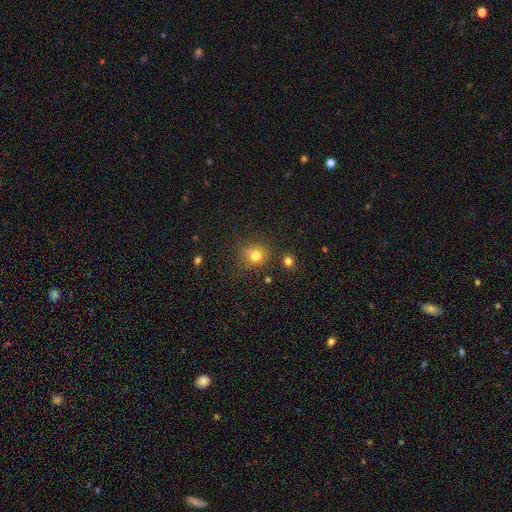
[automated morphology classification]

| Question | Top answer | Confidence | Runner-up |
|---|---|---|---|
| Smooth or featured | smooth | 78% | star or artifact (14%) |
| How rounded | round | 84% | in between (15%) |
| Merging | none | 74% | minor disturbance (14%) |